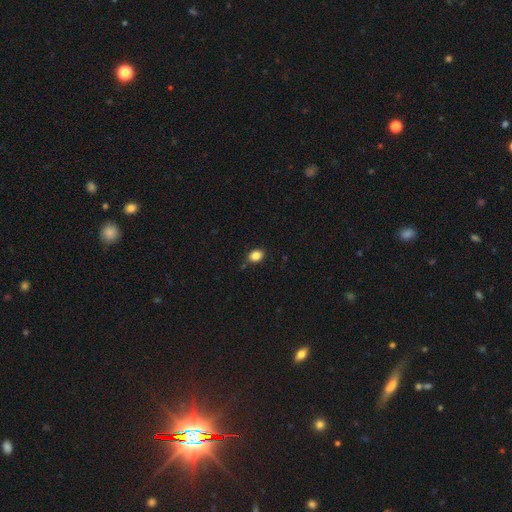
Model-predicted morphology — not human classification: Smooth or featured? Predicted: smooth (p=0.85). How rounded? Predicted: in between (p=0.64). Merging? Predicted: none (p=0.84).